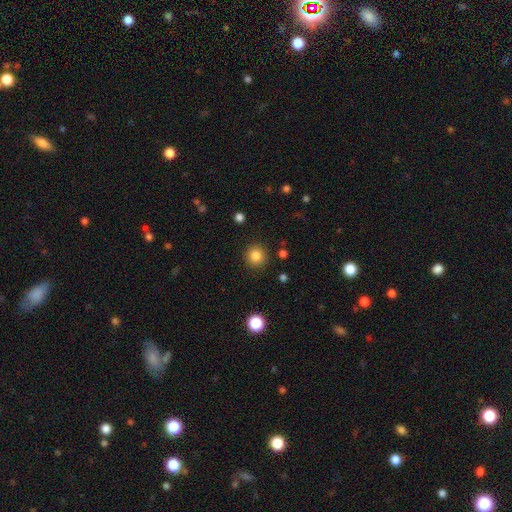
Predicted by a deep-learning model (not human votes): Smooth or featured? smooth (85%)
How rounded? round (92%)
Merging? none (89%)